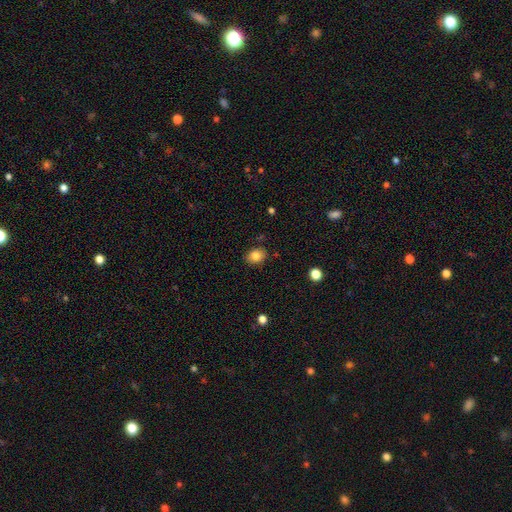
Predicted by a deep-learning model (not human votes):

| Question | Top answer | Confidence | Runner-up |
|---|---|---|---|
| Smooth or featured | smooth | 82% | star or artifact (10%) |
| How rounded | in between | 54% | round (46%) |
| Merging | none | 84% | minor disturbance (11%) |